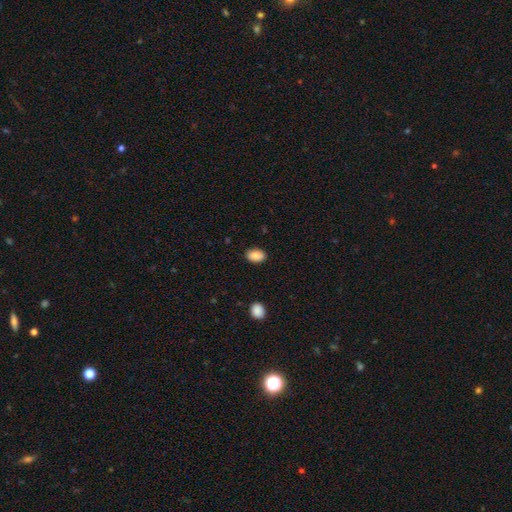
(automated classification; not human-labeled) smooth-or-featured: smooth: 87% | star or artifact: 8% | featured or disk: 6%
  how-rounded: in between: 82% | round: 17% | cigar-shaped: 1%
  merging: none: 88% | minor disturbance: 9% | major disturbance: 2% | merger: 1%